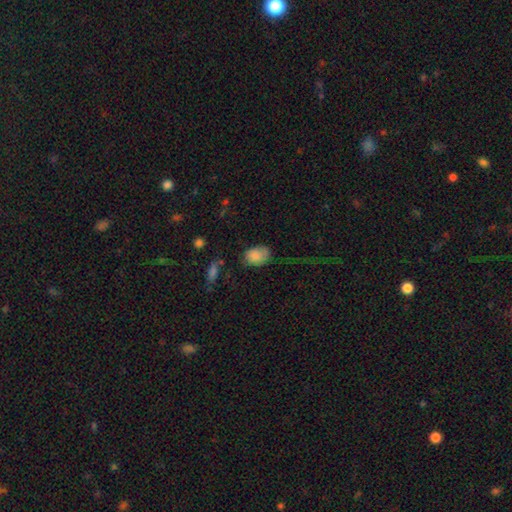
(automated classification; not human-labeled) Smooth or featured? smooth (84%)
How rounded? in between (77%)
Merging? none (60%)